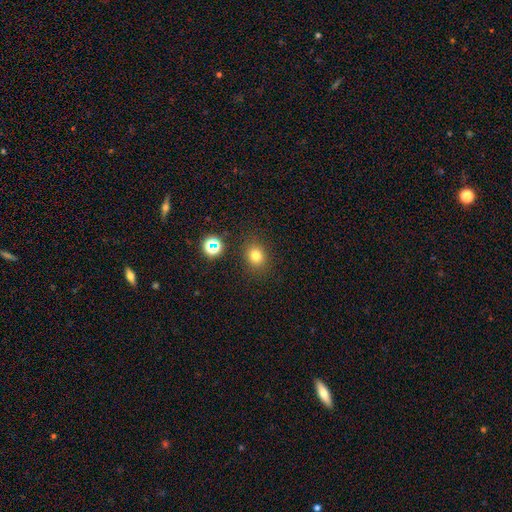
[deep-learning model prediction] This appears to be a smooth galaxy with no disk features (77%) that is round (71%). Merging: none (86%).